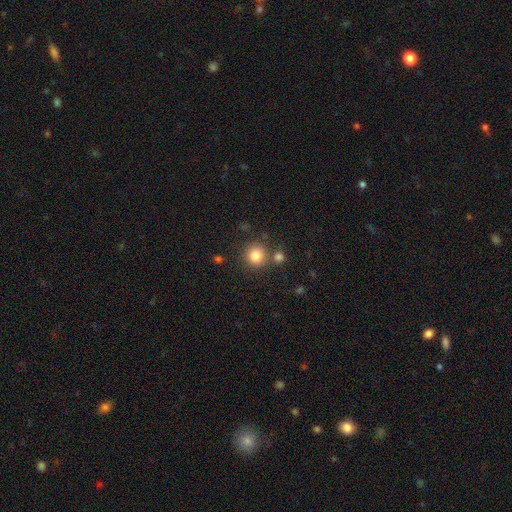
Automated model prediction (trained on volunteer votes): Smooth or featured?
  - smooth: 81% *
  - star or artifact: 11%
  - featured or disk: 7%
How rounded?
  - round: 92% *
  - in between: 7%
  - cigar-shaped: 1%
Merging?
  - none: 76% *
  - merger: 13%
  - minor disturbance: 8%
  - major disturbance: 3%